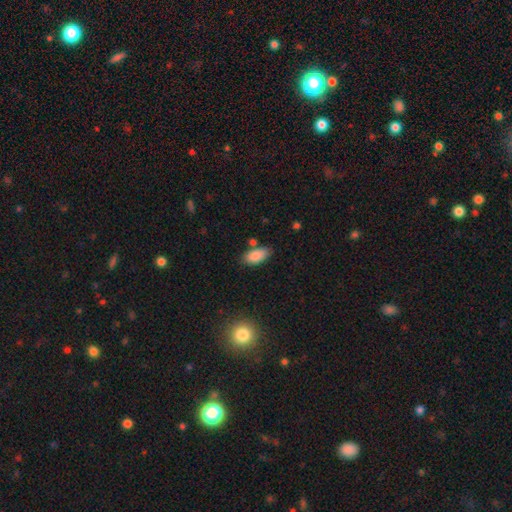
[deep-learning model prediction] A smooth galaxy with no disk features (87%) that is in between round and cigar-shaped (91%).

Vote fractions:
- Smooth or featured? smooth: 87% / star or artifact: 7% / featured or disk: 6%
- How rounded? in between: 91% / cigar-shaped: 6% / round: 3%
- Merging? none: 74% / minor disturbance: 15% / merger: 7% / major disturbance: 3%